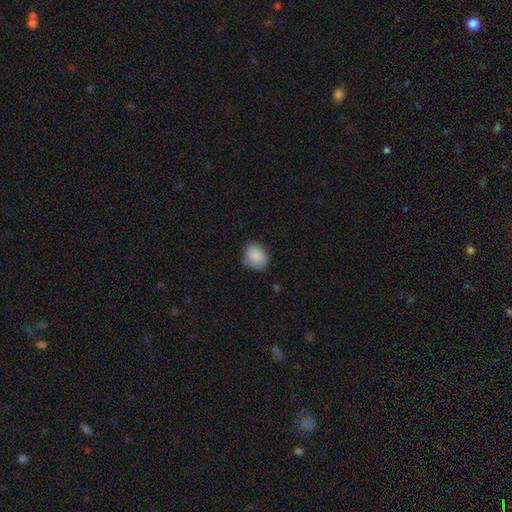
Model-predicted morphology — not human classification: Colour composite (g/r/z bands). It shows a smooth galaxy with no disk features (86%) that is in between round and cigar-shaped (56%). Merging: none (69%).